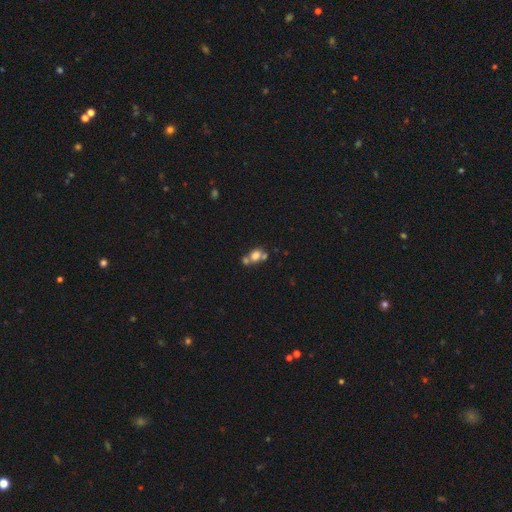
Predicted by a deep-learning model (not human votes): smooth 71%, featured or disk 16%, star or artifact 13%. Down the decision tree: how rounded — in between (58%); merging — merger (46%).